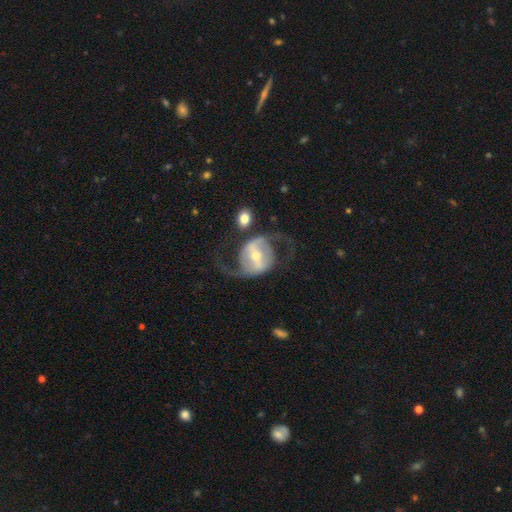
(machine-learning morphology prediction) Smooth or featured? Predicted: featured or disk (p=0.86). Edge-on disk? Predicted: no (p=0.96). Bar? Predicted: strong (p=0.53). Spiral arms? Predicted: yes (p=0.90). Spiral winding? Predicted: loose (p=0.46). Spiral arm count? Predicted: 2 (p=0.91). Bulge size? Predicted: small (p=0.48). Merging? Predicted: none (p=0.66).